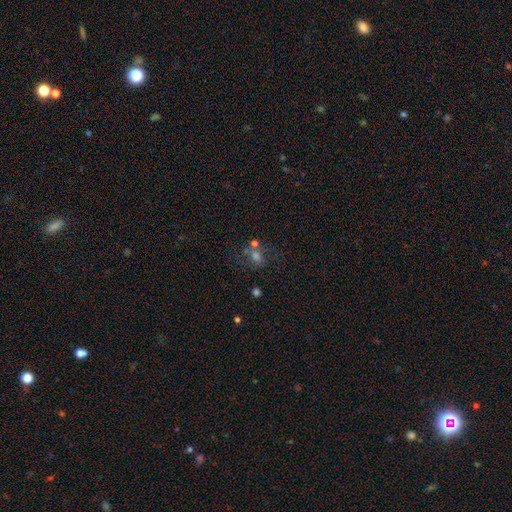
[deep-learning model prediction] Smooth or featured? Predicted: smooth (p=0.44). Merging? Predicted: none (p=0.49).